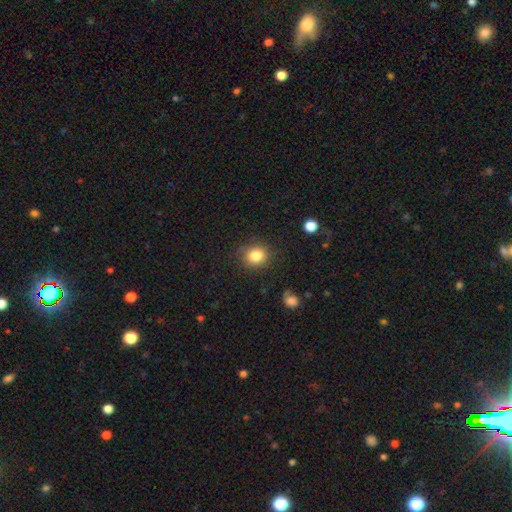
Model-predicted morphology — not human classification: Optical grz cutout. It shows a smooth galaxy with no disk features (84%) that is round (76%). Merging: none (85%).